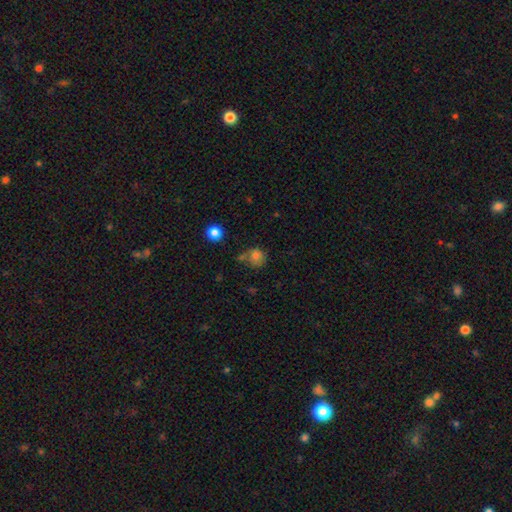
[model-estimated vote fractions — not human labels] Overall: smooth (78%). How rounded: round (85%). Merging: none (59%; minor disturbance 20%).